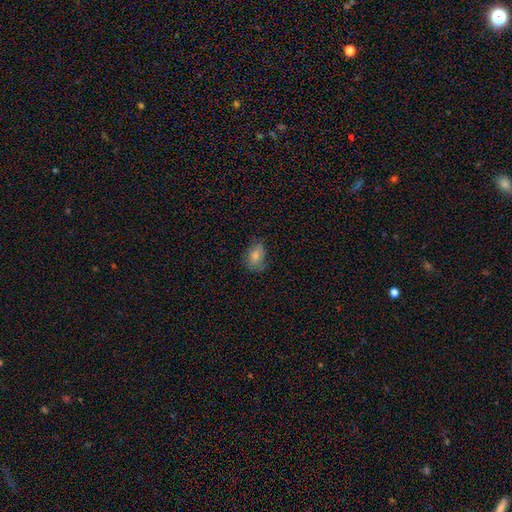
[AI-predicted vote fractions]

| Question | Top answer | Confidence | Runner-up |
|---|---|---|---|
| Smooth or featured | smooth | 77% | featured or disk (14%) |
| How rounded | in between | 78% | round (21%) |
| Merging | none | 65% | minor disturbance (26%) |